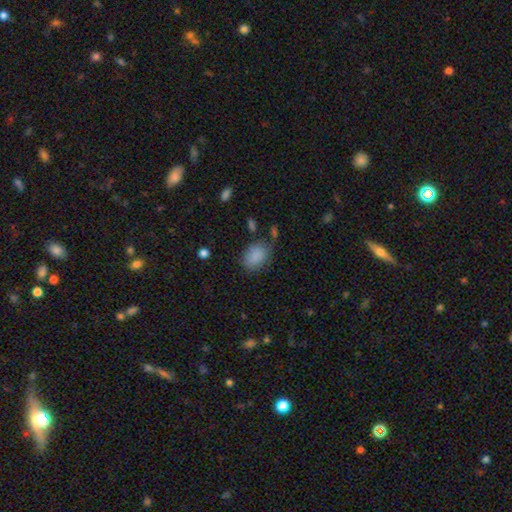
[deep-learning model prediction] Smooth or featured?
  - smooth: 86% *
  - star or artifact: 9%
  - featured or disk: 5%
How rounded?
  - in between: 74% *
  - round: 24%
  - cigar-shaped: 1%
Merging?
  - none: 69% *
  - minor disturbance: 21%
  - major disturbance: 7%
  - merger: 4%